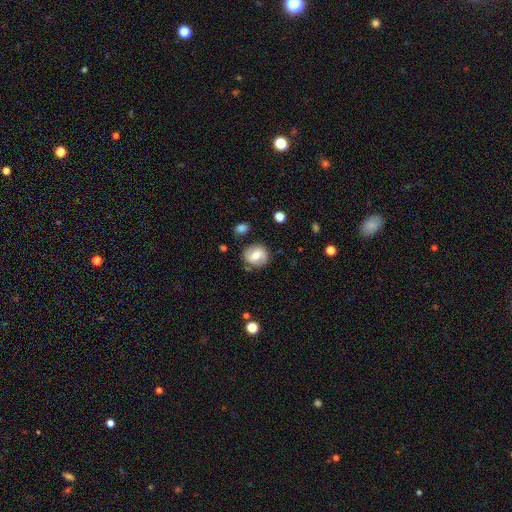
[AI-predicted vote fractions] Q: Smooth or featured?
A: smooth (53%); runner-up: featured or disk (39%)
Q: How rounded?
A: round (75%); runner-up: in between (24%)
Q: Merging?
A: none (77%); runner-up: minor disturbance (15%)